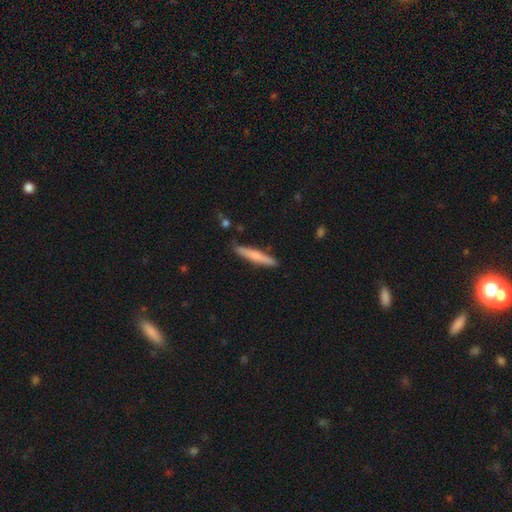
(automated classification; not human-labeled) Smooth or featured? Predicted: smooth (p=0.69). How rounded? Predicted: cigar-shaped (p=0.93). Merging? Predicted: none (p=0.87).